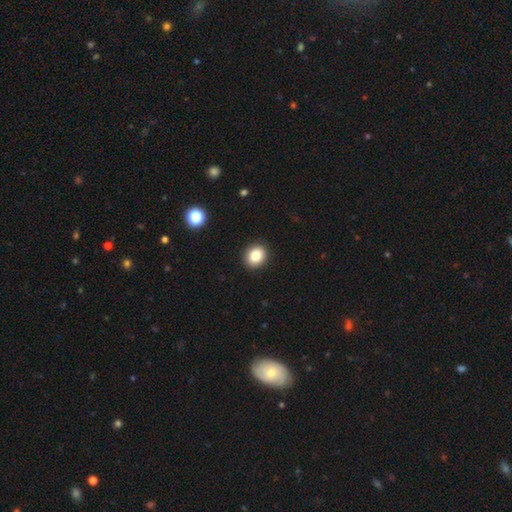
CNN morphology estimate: smooth_or_featured: smooth (p=0.83) [alt: star or artifact p=0.10]
how_rounded: round (p=0.68) [alt: in between p=0.31]
merging: none (p=0.91) [alt: minor disturbance p=0.06]